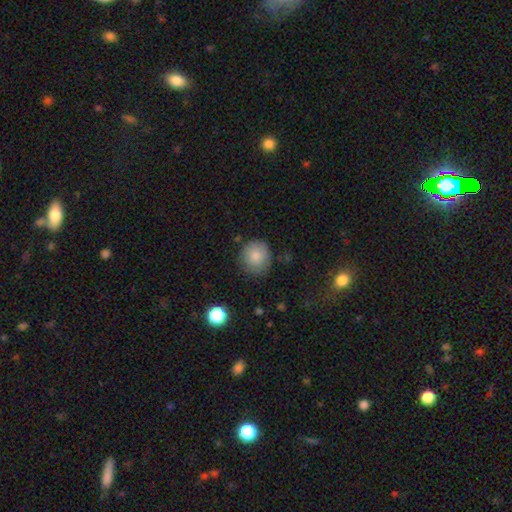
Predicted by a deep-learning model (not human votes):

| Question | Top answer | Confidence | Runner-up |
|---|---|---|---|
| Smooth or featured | smooth | 84% | star or artifact (8%) |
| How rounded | round | 87% | in between (12%) |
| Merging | none | 77% | minor disturbance (17%) |